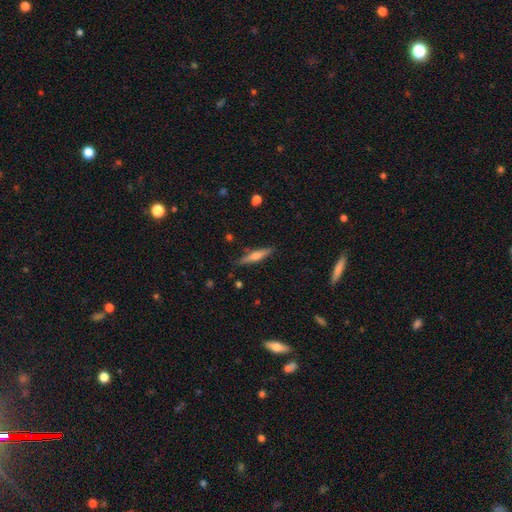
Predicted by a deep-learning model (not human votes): smooth-or-featured: featured or disk: 55% | smooth: 38% | star or artifact: 7%
  disk-edge-on: yes: 96% | no: 4%
    edge-on-bulge: rounded: 80% | none: 10% | boxy: 9%
  merging: none: 87% | minor disturbance: 9% | major disturbance: 2% | merger: 2%